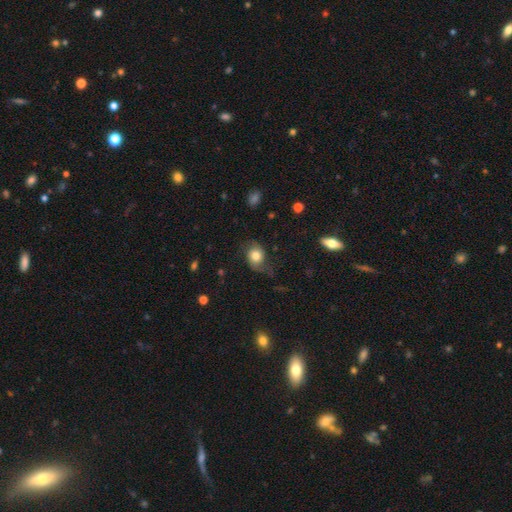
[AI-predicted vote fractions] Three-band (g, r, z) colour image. It shows a smooth galaxy with no disk features (64%) that is round (52%). Merging: none (54%).